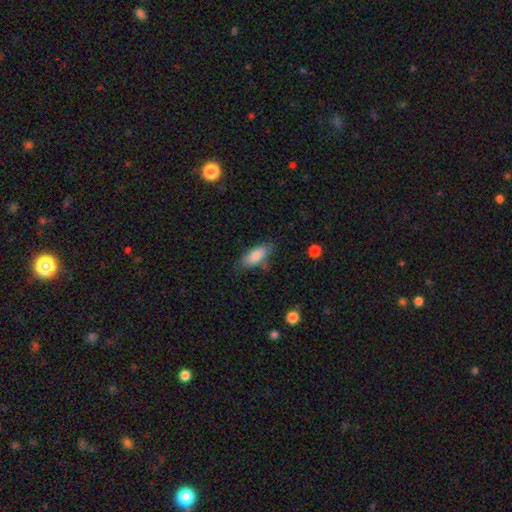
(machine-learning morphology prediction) Smooth or featured? Predicted: smooth (p=0.82). How rounded? Predicted: in between (p=0.78). Merging? Predicted: none (p=0.68).